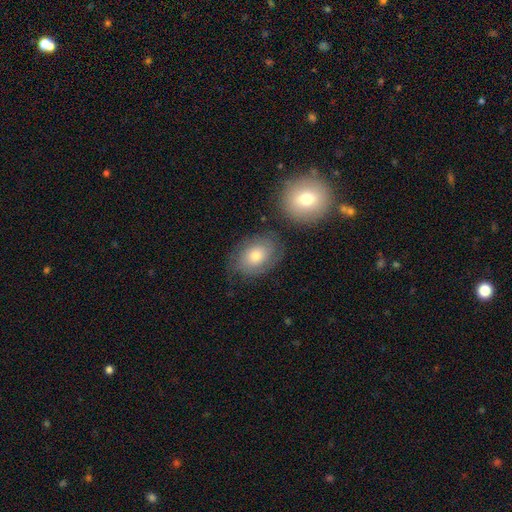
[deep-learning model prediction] A smooth galaxy with no disk features (54%) that is in between round and cigar-shaped (72%).

Vote fractions:
- Smooth or featured? smooth: 54% / featured or disk: 36% / star or artifact: 10%
- How rounded? in between: 72% / round: 27% / cigar-shaped: 1%
- Merging? none: 71% / minor disturbance: 17% / major disturbance: 6% / merger: 6%